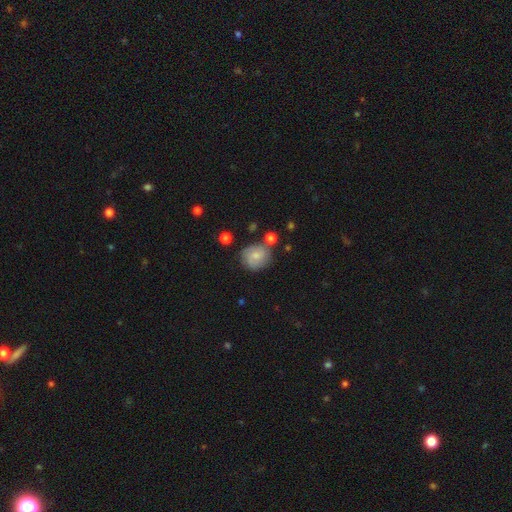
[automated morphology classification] smooth 60%, featured or disk 32%, star or artifact 9%. Down the decision tree: how rounded — round (79%); merging — none (68%).